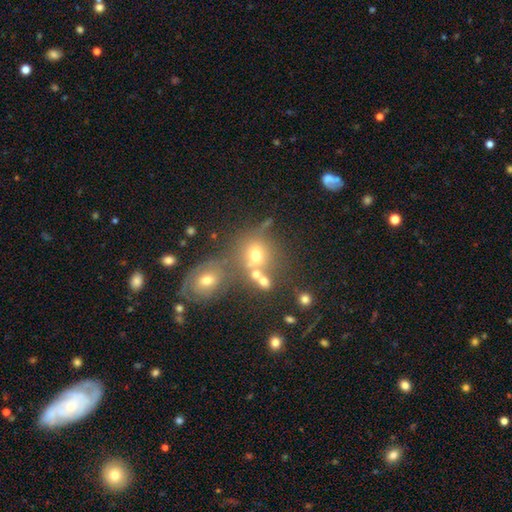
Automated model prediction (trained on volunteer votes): smooth-or-featured: smooth: 62% | star or artifact: 20% | featured or disk: 18%
  how-rounded: round: 74% | in between: 24% | cigar-shaped: 2%
  merging: none: 48% | merger: 33% | minor disturbance: 12% | major disturbance: 7%